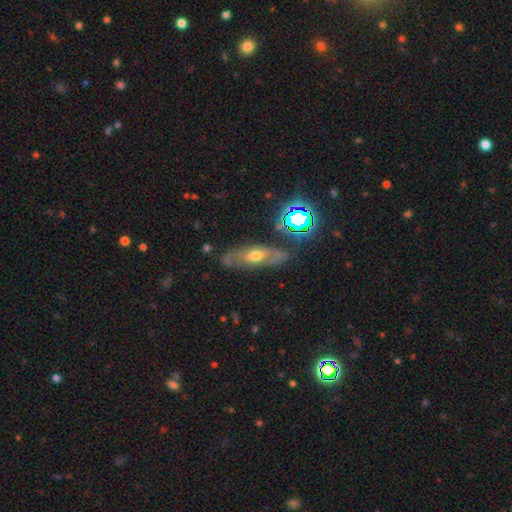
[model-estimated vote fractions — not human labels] Smooth or featured?
  - featured or disk: 52% *
  - smooth: 33%
  - star or artifact: 15%
Edge-on disk?
  - no: 68% *
  - yes: 32%
Merging?
  - none: 71% *
  - minor disturbance: 19%
  - major disturbance: 7%
  - merger: 3%